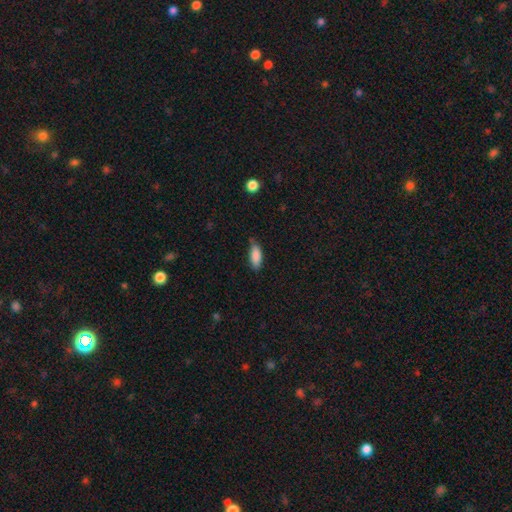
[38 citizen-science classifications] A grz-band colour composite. It shows a smooth galaxy with no disk features (84%) that is in between round and cigar-shaped (78%). Merging: none (69%).